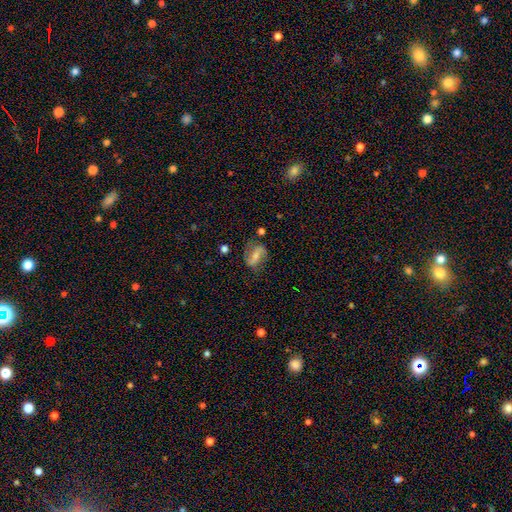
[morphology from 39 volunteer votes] Smooth or featured? 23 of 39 (59%) said featured or disk. Edge-on disk? 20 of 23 (87%) said no. Bar? 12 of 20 (60%) said strong. Spiral arms? 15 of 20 (75%) said yes. Spiral winding? 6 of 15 (40%, tied with loose) said tight. Spiral arm count? 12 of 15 (80%) said 2. Bulge size? 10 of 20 (50%) said small. Merging? 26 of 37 (70%) said none.